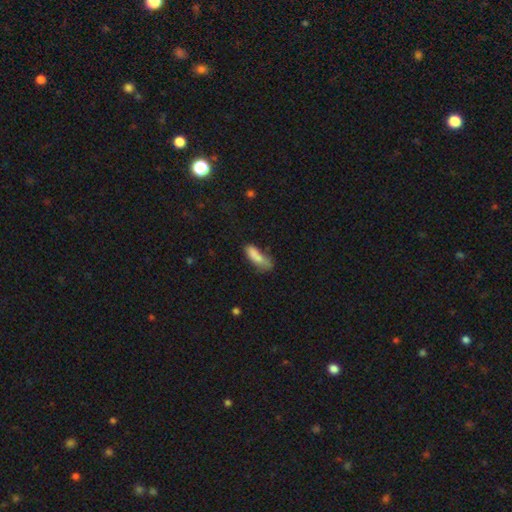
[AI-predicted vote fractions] Morphology: type=smooth (76%); roundness=in between (56%); merging=none (37%).